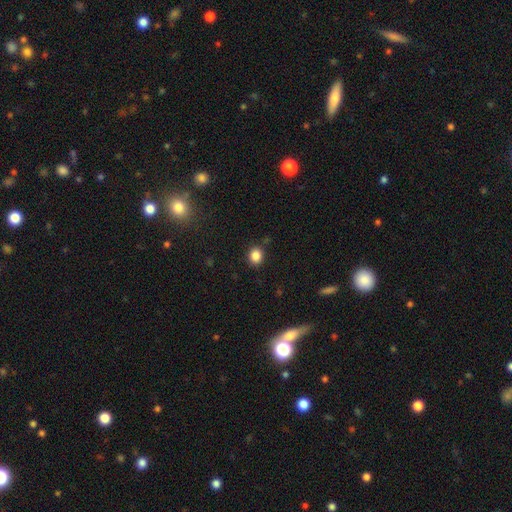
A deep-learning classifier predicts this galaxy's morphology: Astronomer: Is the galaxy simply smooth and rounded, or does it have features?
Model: smooth — 85%.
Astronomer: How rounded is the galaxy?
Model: round — 69%.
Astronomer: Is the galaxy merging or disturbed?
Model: none — 85%.